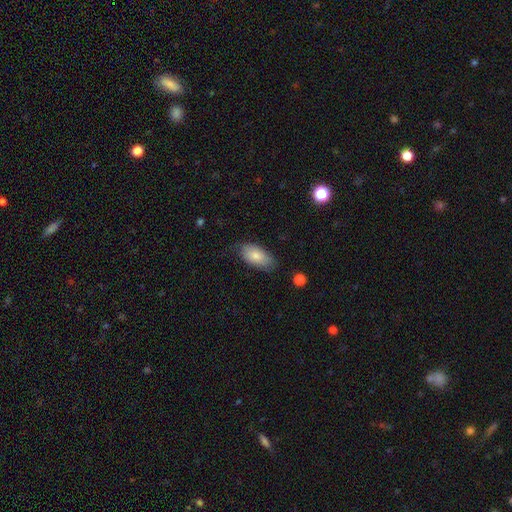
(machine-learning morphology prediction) Smooth or featured?
  - smooth: 80% *
  - featured or disk: 14%
  - star or artifact: 7%
How rounded?
  - in between: 93% *
  - cigar-shaped: 4%
  - round: 3%
Merging?
  - none: 70% *
  - minor disturbance: 23%
  - major disturbance: 5%
  - merger: 2%